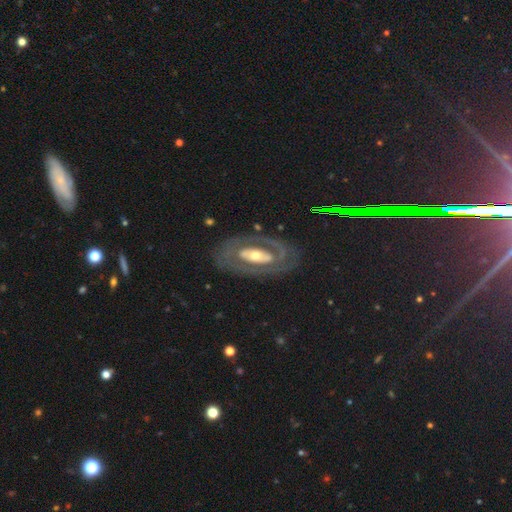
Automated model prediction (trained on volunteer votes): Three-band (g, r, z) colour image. It shows a featured or disk galaxy (80%) with no bar (54%), spiral arms (61%) and a moderate central bulge (55%). Merging: none (77%).